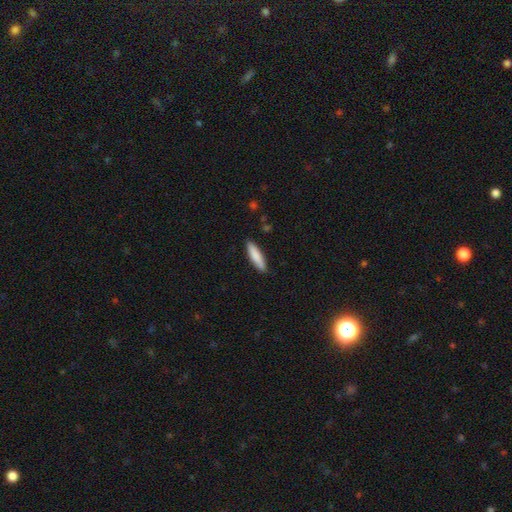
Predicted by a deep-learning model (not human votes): The model was most divided on "how rounded": cigar-shaped: 74%, in between: 24%, round: 1%. More confident: merging — none (89%); smooth or featured — smooth (84%).